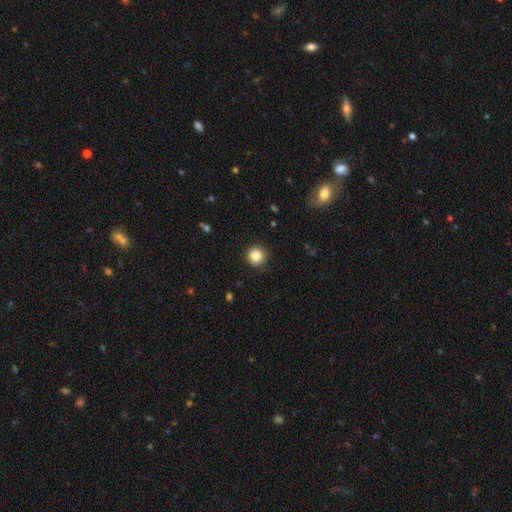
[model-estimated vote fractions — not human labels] Smooth or featured? smooth (86%)
How rounded? round (95%)
Merging? none (91%)